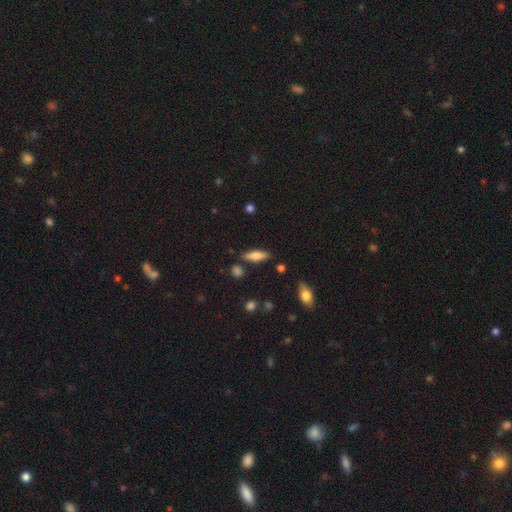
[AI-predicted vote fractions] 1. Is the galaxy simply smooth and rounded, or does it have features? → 65% smooth, 28% featured or disk, 7% star or artifact.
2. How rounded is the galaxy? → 52% cigar-shaped, 45% in between, 2% round.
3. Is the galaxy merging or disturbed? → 81% none, 11% minor disturbance, 5% merger, 3% major disturbance.